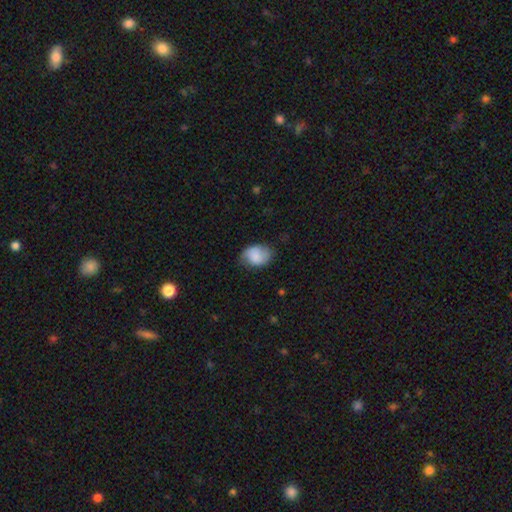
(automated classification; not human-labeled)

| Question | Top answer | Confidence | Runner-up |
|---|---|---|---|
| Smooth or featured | smooth | 77% | featured or disk (15%) |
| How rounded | in between | 70% | round (29%) |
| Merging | none | 62% | minor disturbance (29%) |